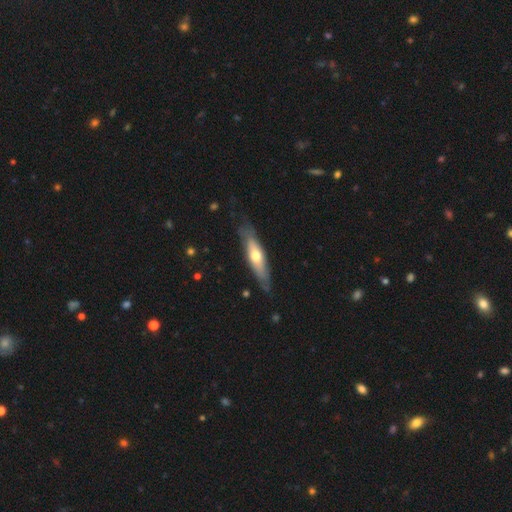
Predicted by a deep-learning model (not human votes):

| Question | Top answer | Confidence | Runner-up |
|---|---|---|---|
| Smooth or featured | smooth | 50% | featured or disk (45%) |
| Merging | none | 76% | minor disturbance (18%) |